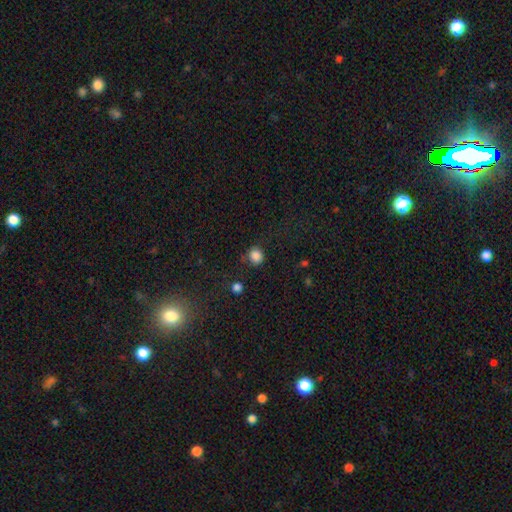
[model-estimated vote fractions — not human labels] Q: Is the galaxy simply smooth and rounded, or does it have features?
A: smooth — 85%.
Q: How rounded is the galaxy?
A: round — 84%.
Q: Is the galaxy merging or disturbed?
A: none — 71%.